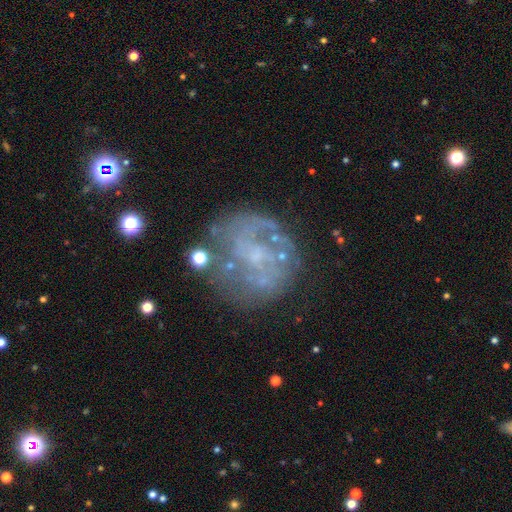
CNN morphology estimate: type=featured or disk (70%); edge-on=no (98%); bar=no (73%); spiral arms=yes (55%); bulge=small (47%); merging=none (63%).